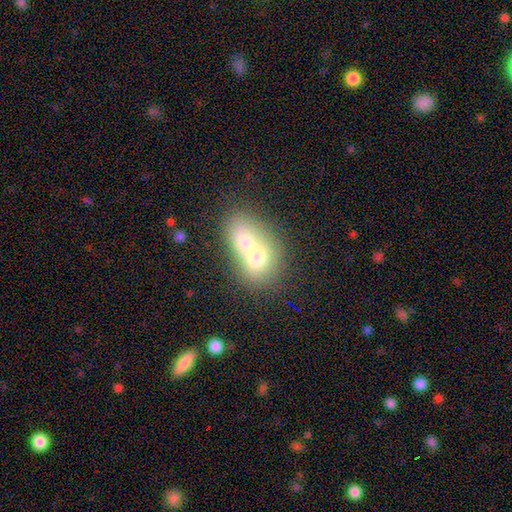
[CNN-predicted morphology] Smooth or featured? smooth (65%)
How rounded? in between (59%)
Merging? merger (76%)